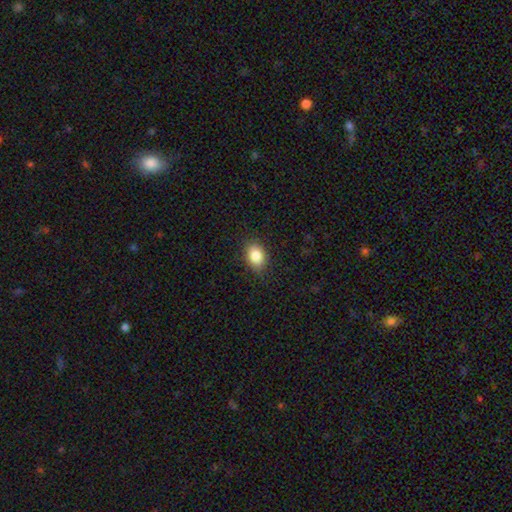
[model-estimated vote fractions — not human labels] Smooth or featured? Predicted: smooth (p=0.85). How rounded? Predicted: in between (p=0.78). Merging? Predicted: none (p=0.84).